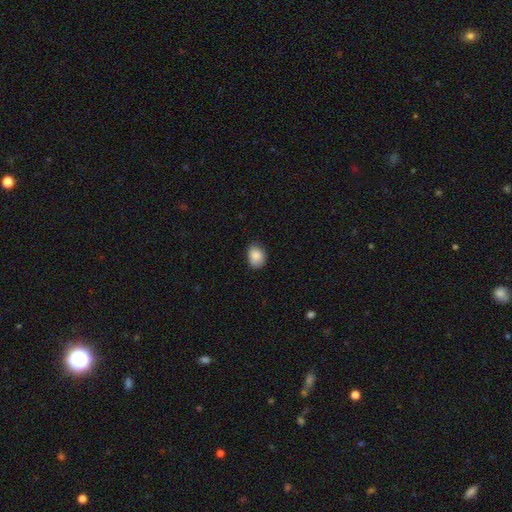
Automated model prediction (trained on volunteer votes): Smooth or featured? Predicted: smooth (p=0.88). How rounded? Predicted: in between (p=0.70). Merging? Predicted: none (p=0.76).